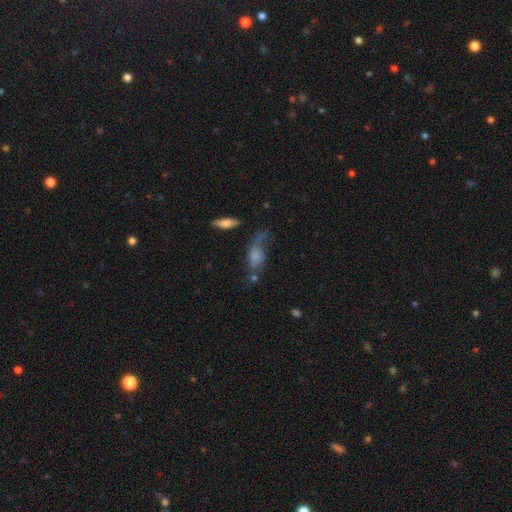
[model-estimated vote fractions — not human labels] The model was most divided on "merging": none: 35%, major disturbance: 27%, minor disturbance: 26%, merger: 11%. More confident: how rounded — in between (79%); smooth or featured — smooth (63%).